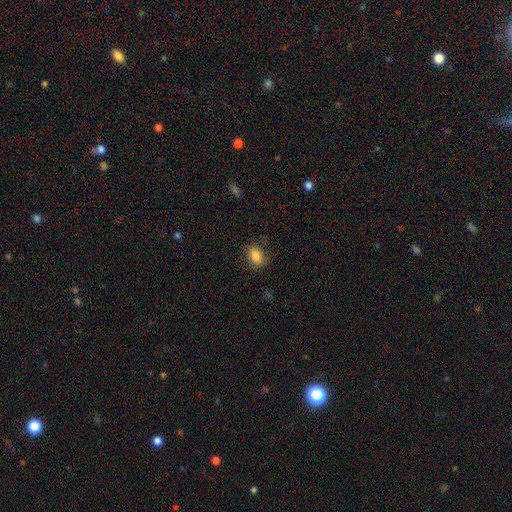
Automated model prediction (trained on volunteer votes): Smooth or featured?
  - smooth: 82% *
  - featured or disk: 9%
  - star or artifact: 9%
How rounded?
  - in between: 76% *
  - round: 23%
  - cigar-shaped: 1%
Merging?
  - none: 77% *
  - minor disturbance: 17%
  - major disturbance: 5%
  - merger: 1%